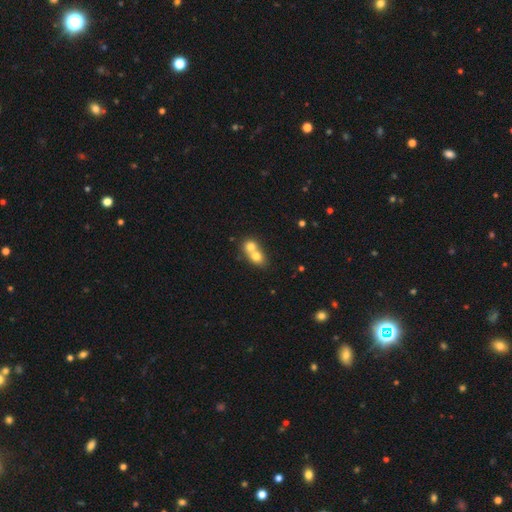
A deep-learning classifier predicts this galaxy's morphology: Smooth or featured: smooth — 70% (featured or disk — 20%)
How rounded: round — 62% (in between — 36%)
Merging: merger — 73% (none — 21%)